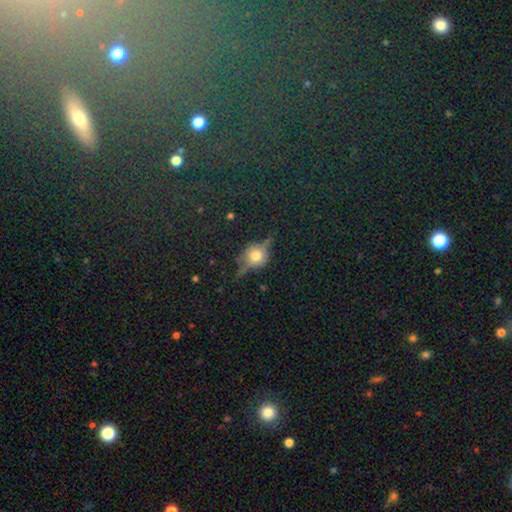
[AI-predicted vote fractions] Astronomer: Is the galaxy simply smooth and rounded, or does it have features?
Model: featured or disk — 50% (runner-up: smooth, 32%).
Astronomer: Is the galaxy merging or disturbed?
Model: none — 71%.